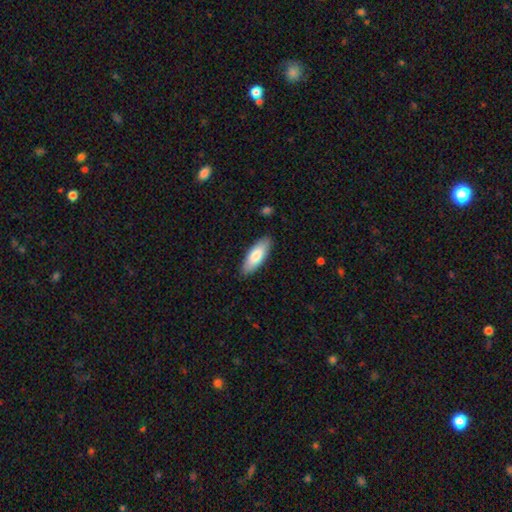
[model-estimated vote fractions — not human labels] The model was most divided on "how rounded": in between: 70%, cigar-shaped: 28%, round: 2%. More confident: merging — none (88%); smooth or featured — smooth (80%).